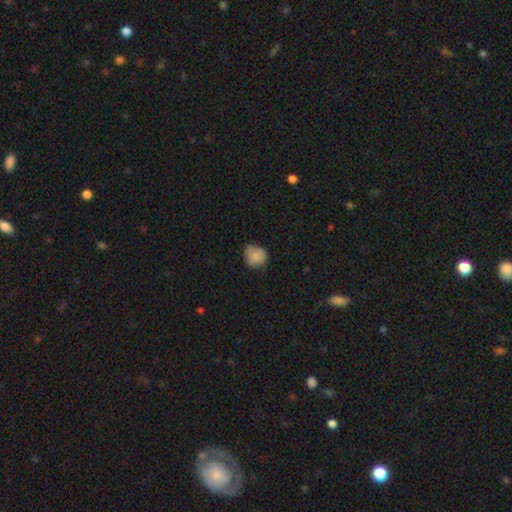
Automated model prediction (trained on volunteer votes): smooth 84%, star or artifact 9%, featured or disk 7%. Down the decision tree: how rounded — round (80%); merging — none (63%).